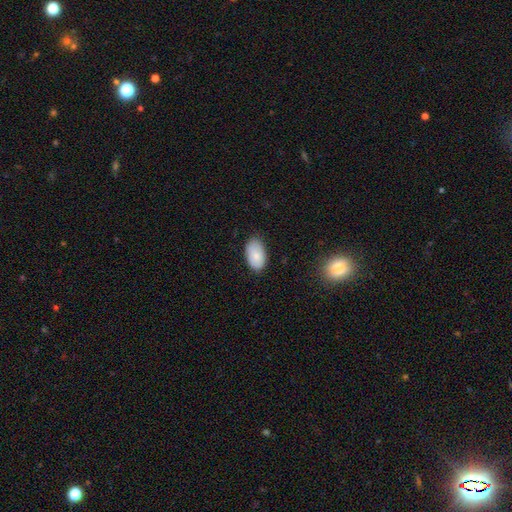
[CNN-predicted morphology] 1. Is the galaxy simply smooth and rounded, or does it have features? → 79% smooth, 14% featured or disk, 7% star or artifact.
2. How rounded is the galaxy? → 94% in between, 4% round, 1% cigar-shaped.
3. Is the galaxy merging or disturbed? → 79% none, 17% minor disturbance, 3% major disturbance, 1% merger.